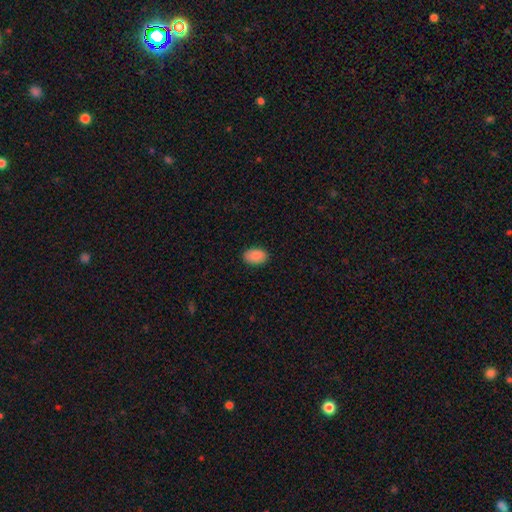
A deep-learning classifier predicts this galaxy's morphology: smooth_or_featured: smooth (p=0.89) [alt: star or artifact p=0.07]
how_rounded: in between (p=0.91) [alt: round p=0.08]
merging: none (p=0.89) [alt: minor disturbance p=0.08]